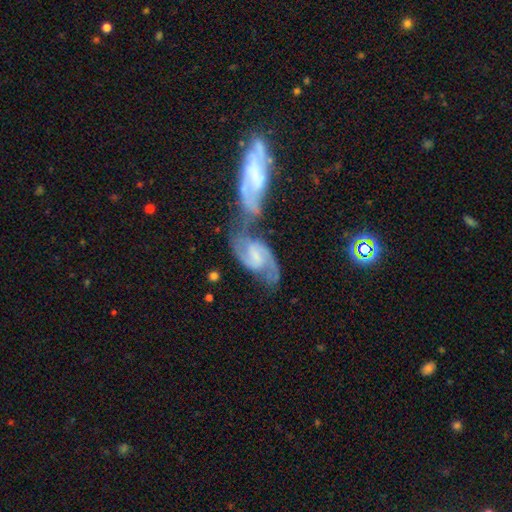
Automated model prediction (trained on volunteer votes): Smooth or featured? featured or disk (85%)
Edge-on disk? no (96%)
Bar? weak (52%)
Spiral arms? yes (96%)
Spiral winding? medium (54%)
Spiral arm count? 2 (91%)
Bulge size? small (44%)
Merging? merger (53%)